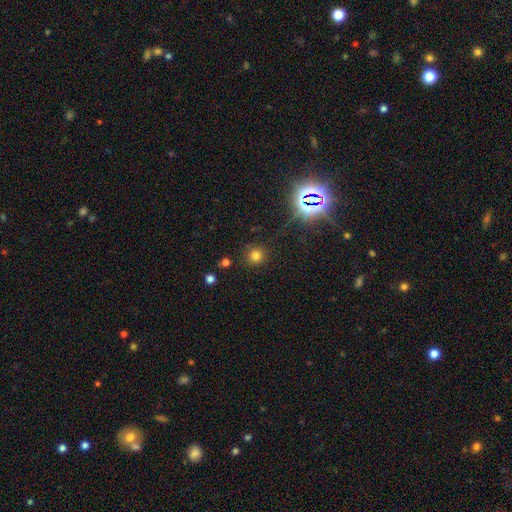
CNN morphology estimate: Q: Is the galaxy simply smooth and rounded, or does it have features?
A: smooth — 72%.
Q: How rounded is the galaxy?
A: round — 92%.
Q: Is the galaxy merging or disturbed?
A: none — 86%.